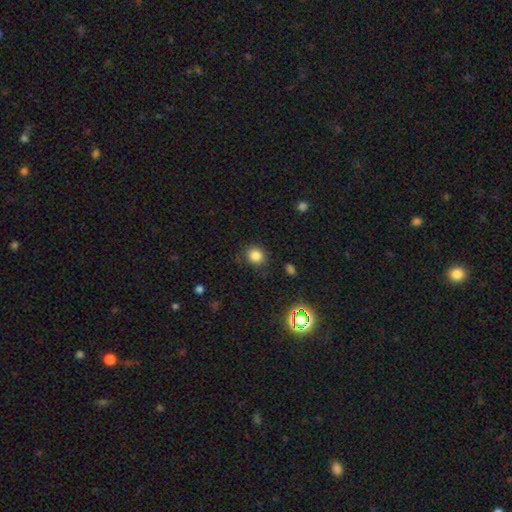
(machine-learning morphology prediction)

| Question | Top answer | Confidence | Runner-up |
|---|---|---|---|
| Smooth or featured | smooth | 82% | star or artifact (13%) |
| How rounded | round | 77% | in between (22%) |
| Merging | none | 83% | minor disturbance (12%) |